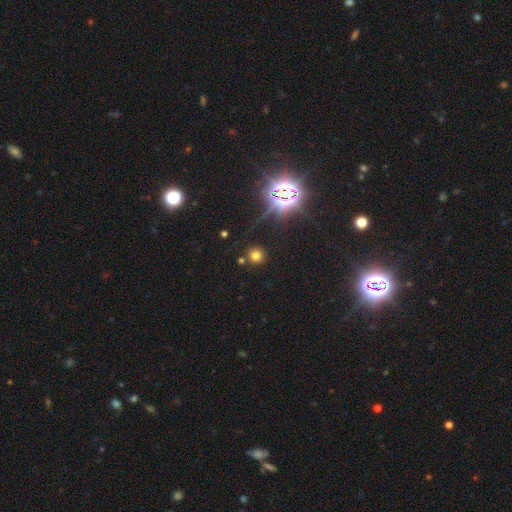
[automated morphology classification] This is likely a smooth galaxy (66%). How rounded: clearly round (92%). Merging: clearly none (84%).